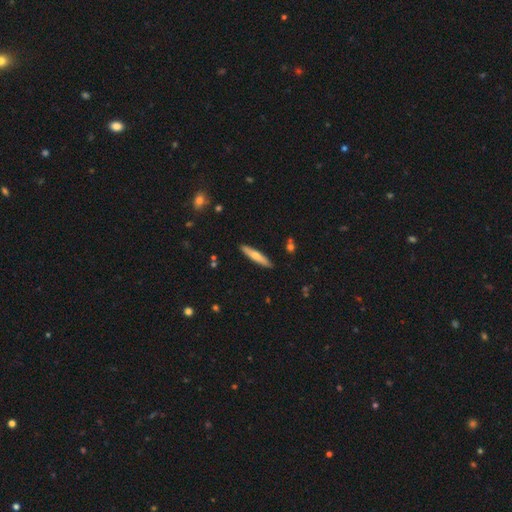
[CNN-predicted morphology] Smooth or featured?
  - smooth: 61% *
  - featured or disk: 34%
  - star or artifact: 6%
How rounded?
  - cigar-shaped: 89% *
  - in between: 9%
  - round: 1%
Merging?
  - none: 89% *
  - minor disturbance: 8%
  - merger: 2%
  - major disturbance: 1%